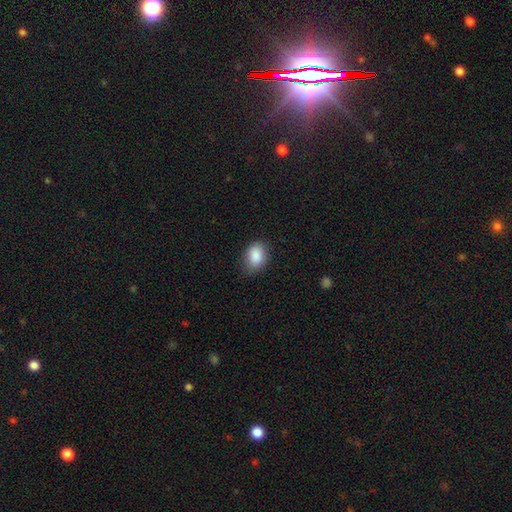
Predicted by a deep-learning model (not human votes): This is clearly a smooth galaxy (88%). How rounded: likely in between (77%). Merging: likely none (76%).